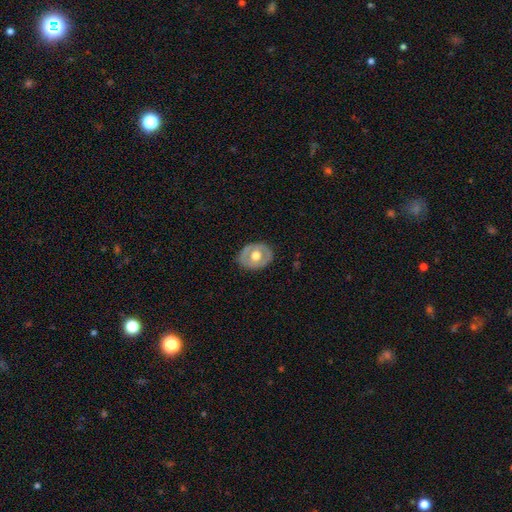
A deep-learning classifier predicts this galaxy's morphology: Smooth or featured? Predicted: featured or disk (p=0.49). Merging? Predicted: none (p=0.81).